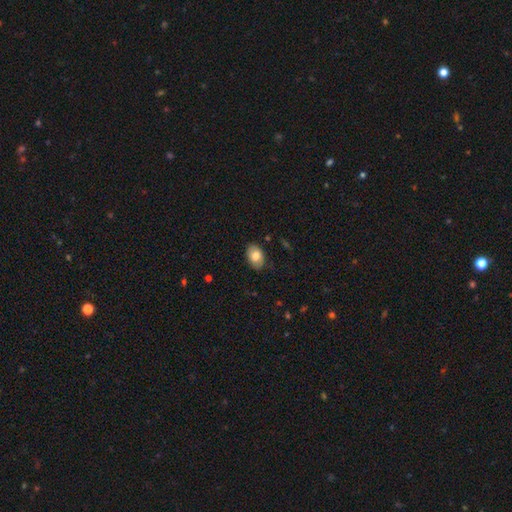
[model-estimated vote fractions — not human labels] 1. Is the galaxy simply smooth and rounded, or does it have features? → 78% smooth, 14% featured or disk, 7% star or artifact.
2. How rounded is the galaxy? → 85% in between, 13% round, 1% cigar-shaped.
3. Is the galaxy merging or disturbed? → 84% none, 12% minor disturbance, 2% major disturbance, 1% merger.